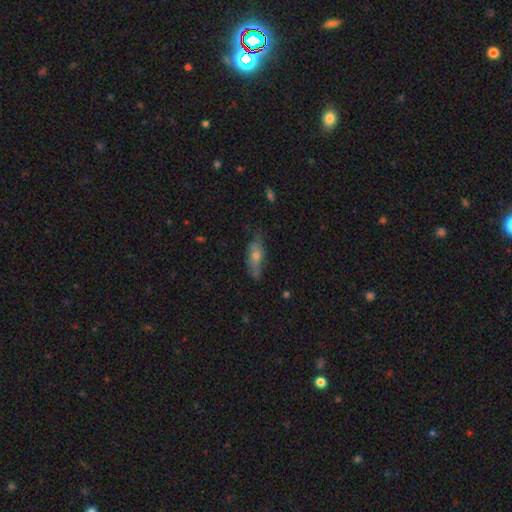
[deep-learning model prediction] This is possibly a smooth galaxy (52%). How rounded: possibly cigar-shaped (50%). Merging: likely none (72%).